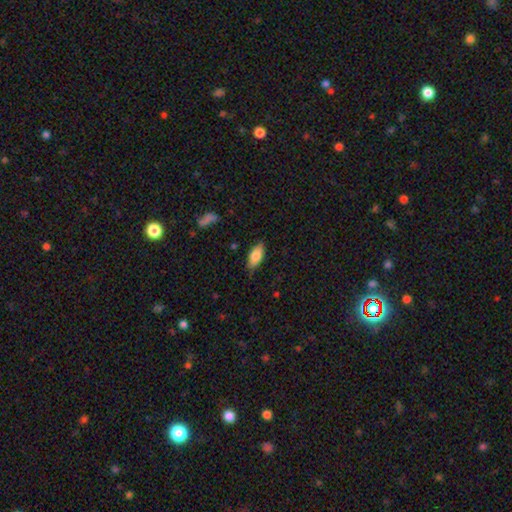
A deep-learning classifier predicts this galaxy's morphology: type=smooth (78%); roundness=in between (85%); merging=none (80%).